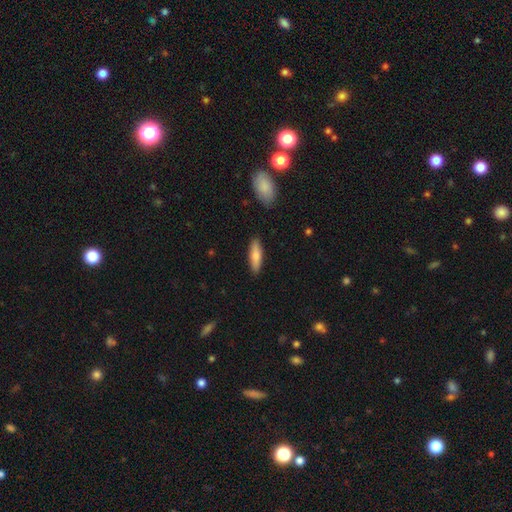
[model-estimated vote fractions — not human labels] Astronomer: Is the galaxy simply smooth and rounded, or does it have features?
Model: smooth — 75%.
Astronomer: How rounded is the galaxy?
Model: cigar-shaped — 59% (runner-up: in between, 40%).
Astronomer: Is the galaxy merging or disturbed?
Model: none — 88%.